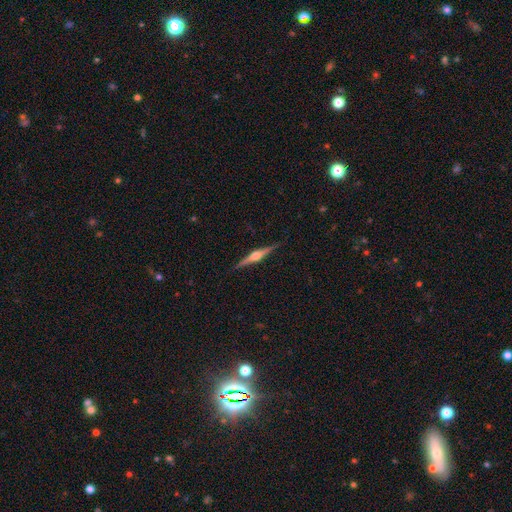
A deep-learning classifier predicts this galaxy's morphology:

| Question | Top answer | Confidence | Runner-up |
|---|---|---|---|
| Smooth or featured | featured or disk | 82% | smooth (13%) |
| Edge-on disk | yes | 98% | no (2%) |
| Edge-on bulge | rounded | 93% | boxy (5%) |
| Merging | none | 90% | minor disturbance (7%) |